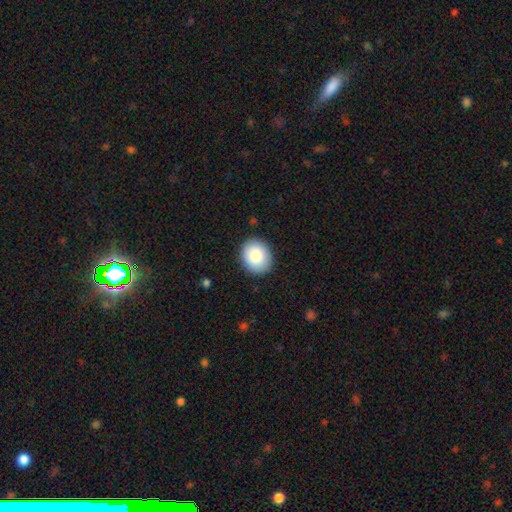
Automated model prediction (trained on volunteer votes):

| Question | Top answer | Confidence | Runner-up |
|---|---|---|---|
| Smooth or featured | smooth | 85% | featured or disk (8%) |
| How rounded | round | 63% | in between (36%) |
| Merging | none | 89% | minor disturbance (8%) |